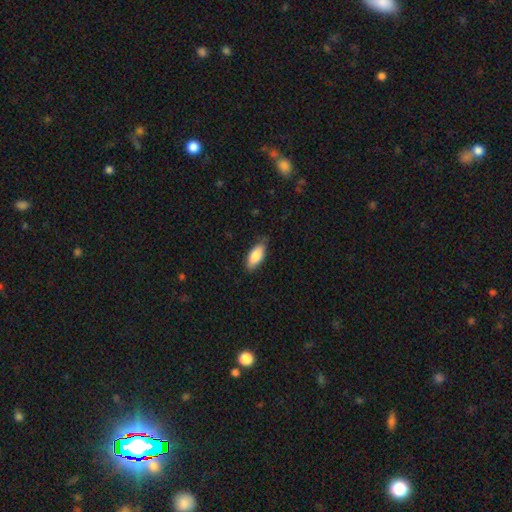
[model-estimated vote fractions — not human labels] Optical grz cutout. It shows a smooth galaxy with no disk features (84%) that is in between round and cigar-shaped (84%). Merging: none (80%).